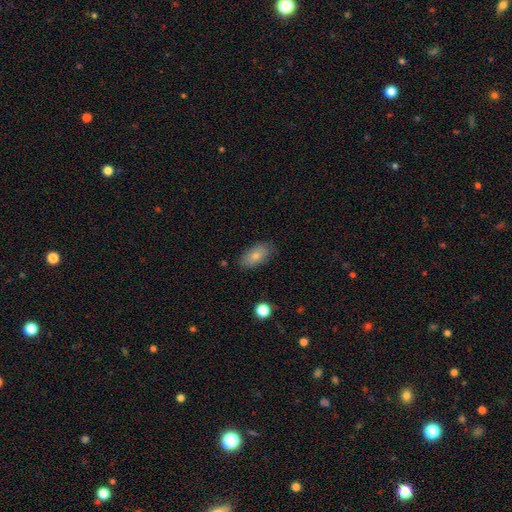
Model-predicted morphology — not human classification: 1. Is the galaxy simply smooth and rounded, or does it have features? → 78% smooth, 15% featured or disk, 8% star or artifact.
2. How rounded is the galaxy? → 91% in between, 5% cigar-shaped, 5% round.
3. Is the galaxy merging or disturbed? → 83% none, 13% minor disturbance, 3% major disturbance, 1% merger.